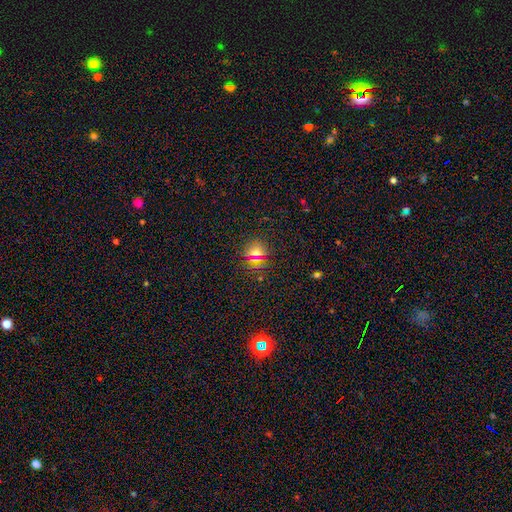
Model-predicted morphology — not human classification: type=smooth (51%); roundness=round (85%); merging=none (83%).